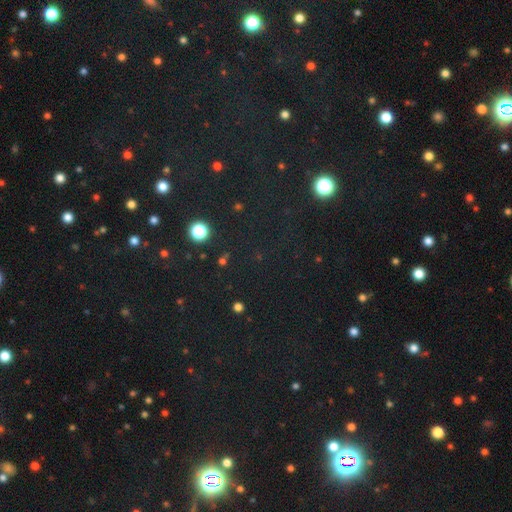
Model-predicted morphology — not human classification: Q: Smooth or featured?
A: star or artifact (74%); runner-up: smooth (19%)